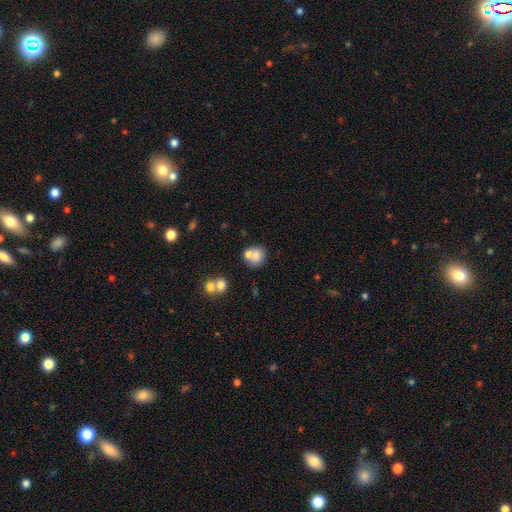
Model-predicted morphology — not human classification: Smooth or featured?
  - smooth: 75% *
  - featured or disk: 16%
  - star or artifact: 10%
How rounded?
  - round: 75% *
  - in between: 24%
  - cigar-shaped: 1%
Merging?
  - none: 48% *
  - merger: 35%
  - minor disturbance: 12%
  - major disturbance: 5%